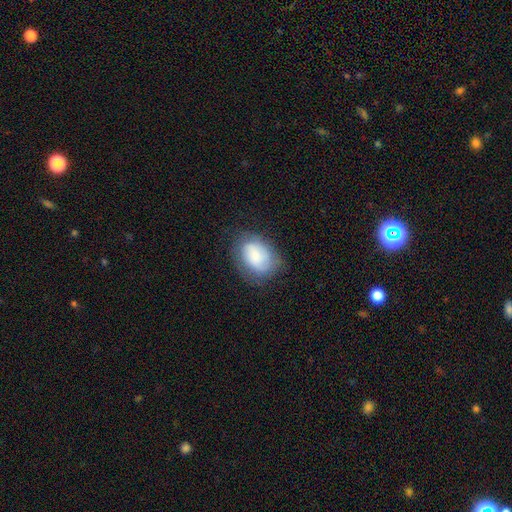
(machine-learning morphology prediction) Smooth or featured: smooth — 65% (featured or disk — 27%)
How rounded: in between — 75% (round — 24%)
Merging: none — 66% (minor disturbance — 23%)